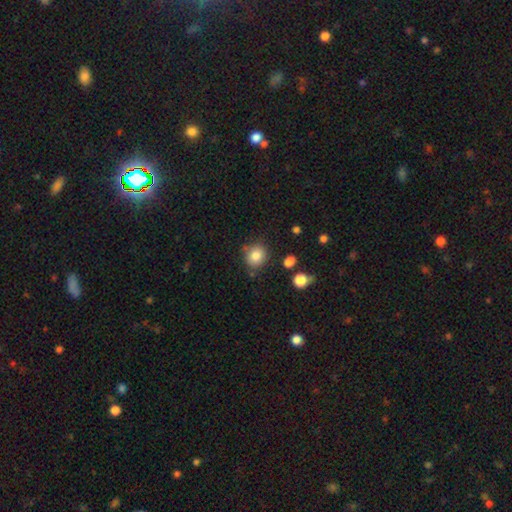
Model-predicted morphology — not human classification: smooth-or-featured: smooth: 83% | star or artifact: 10% | featured or disk: 7%
  how-rounded: round: 81% | in between: 18% | cigar-shaped: 1%
  merging: none: 78% | minor disturbance: 13% | merger: 5% | major disturbance: 3%